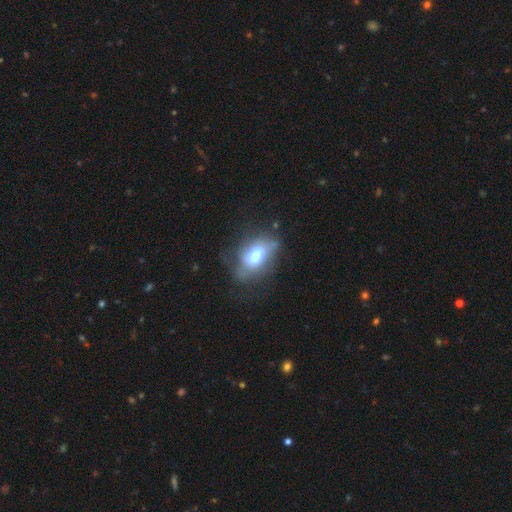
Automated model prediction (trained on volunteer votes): Q: Smooth or featured?
A: smooth (65%); runner-up: featured or disk (25%)
Q: How rounded?
A: in between (84%); runner-up: round (13%)
Q: Merging?
A: none (49%); runner-up: minor disturbance (29%)